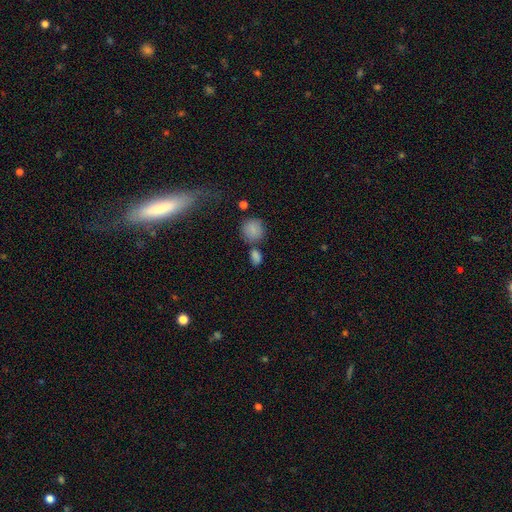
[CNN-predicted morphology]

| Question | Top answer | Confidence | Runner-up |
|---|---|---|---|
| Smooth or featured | smooth | 72% | star or artifact (18%) |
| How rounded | round | 64% | in between (32%) |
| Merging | none | 61% | merger (23%) |